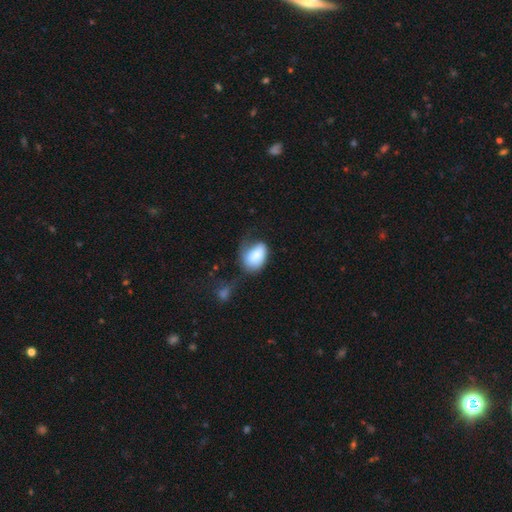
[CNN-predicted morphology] smooth_or_featured: smooth (p=0.77) [alt: featured or disk p=0.16]
how_rounded: in between (p=0.84) [alt: round p=0.14]
merging: major disturbance (p=0.33) [alt: minor disturbance p=0.32]